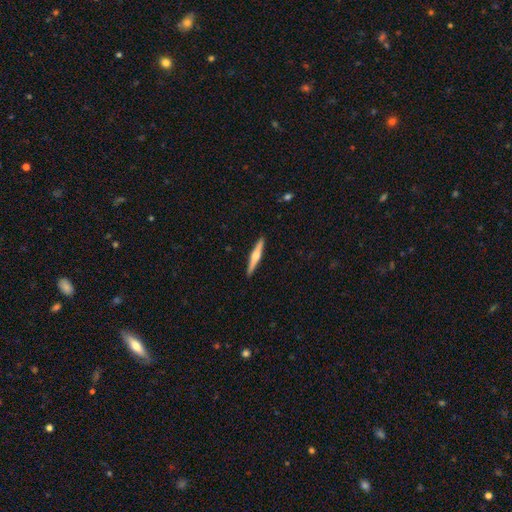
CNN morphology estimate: Smooth or featured?
  - featured or disk: 64% *
  - smooth: 31%
  - star or artifact: 5%
Edge-on disk?
  - yes: 98% *
  - no: 2%
Edge-on bulge?
  - rounded: 86% *
  - boxy: 8%
  - none: 6%
Merging?
  - none: 92% *
  - minor disturbance: 6%
  - major disturbance: 1%
  - merger: 1%